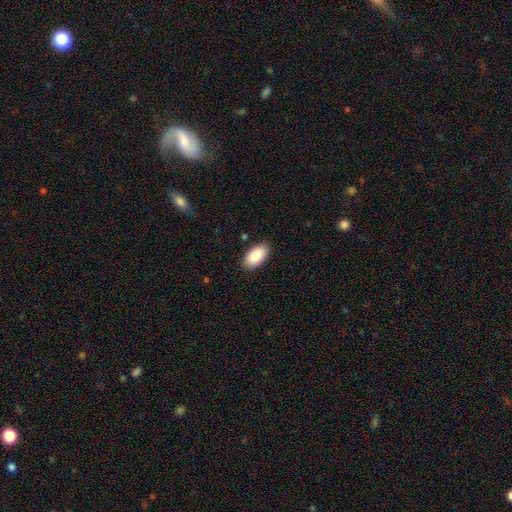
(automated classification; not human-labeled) Smooth or featured? smooth (89%)
How rounded? in between (95%)
Merging? none (87%)